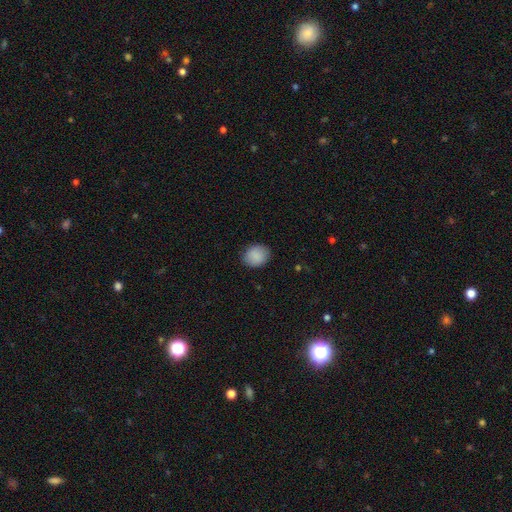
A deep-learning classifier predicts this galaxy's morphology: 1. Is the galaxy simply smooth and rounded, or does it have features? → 89% smooth, 7% star or artifact, 4% featured or disk.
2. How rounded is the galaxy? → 63% round, 36% in between, 1% cigar-shaped.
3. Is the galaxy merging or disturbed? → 87% none, 10% minor disturbance, 2% major disturbance, 1% merger.